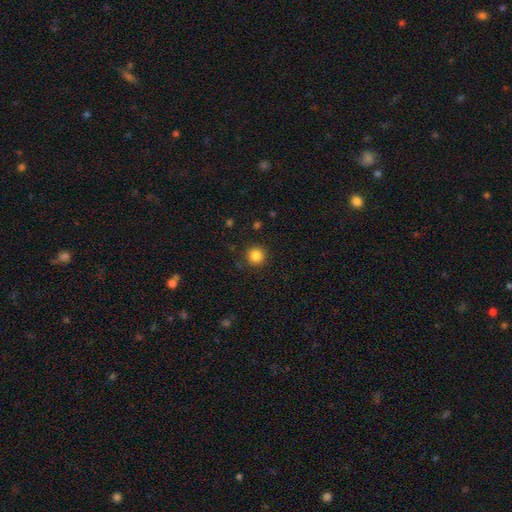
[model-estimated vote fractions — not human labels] smooth-or-featured: smooth: 85% | star or artifact: 11% | featured or disk: 4%
  how-rounded: round: 95% | in between: 4% | cigar-shaped: 1%
  merging: none: 90% | minor disturbance: 6% | major disturbance: 2% | merger: 1%